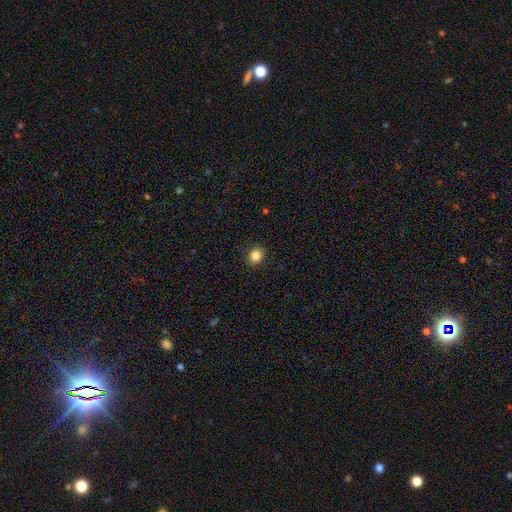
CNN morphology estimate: Smooth or featured? Predicted: smooth (p=0.85). How rounded? Predicted: round (p=0.67). Merging? Predicted: none (p=0.90).